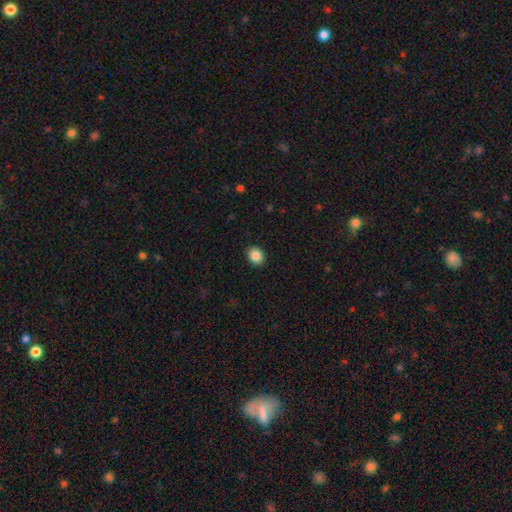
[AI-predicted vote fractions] smooth_or_featured: smooth (p=0.87) [alt: star or artifact p=0.09]
how_rounded: round (p=0.59) [alt: in between p=0.41]
merging: none (p=0.91) [alt: minor disturbance p=0.06]